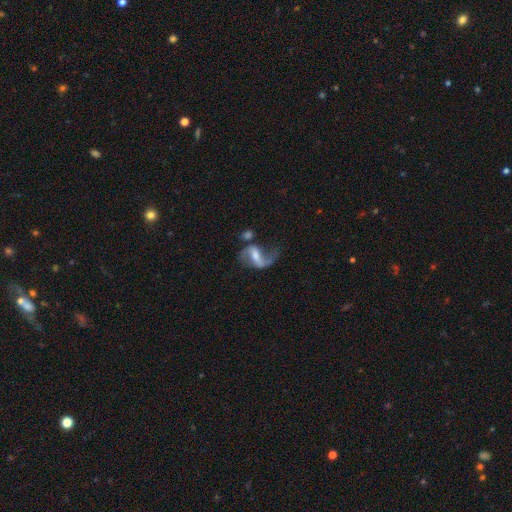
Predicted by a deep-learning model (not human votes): smooth_or_featured: featured or disk (p=0.79) [alt: smooth p=0.14]
disk_edge_on: no (p=0.96) [alt: yes p=0.04]
bar: weak (p=0.43) [alt: strong p=0.36]
has_spiral_arms: yes (p=0.90) [alt: no p=0.10]
spiral_winding: loose (p=0.74) [alt: medium p=0.22]
spiral_arm_count: 2 (p=0.78) [alt: 1 p=0.16]
bulge_size: moderate (p=0.47) [alt: small p=0.33]
merging: none (p=0.42) [alt: major disturbance p=0.26]